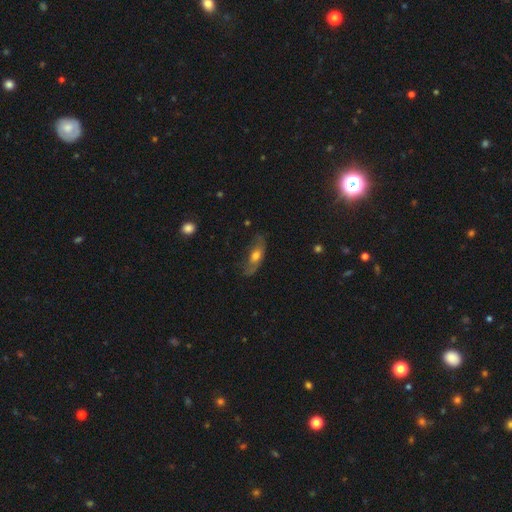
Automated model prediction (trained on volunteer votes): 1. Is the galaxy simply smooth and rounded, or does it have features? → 50% smooth, 42% featured or disk, 8% star or artifact.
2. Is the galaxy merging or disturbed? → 55% none, 28% minor disturbance, 15% major disturbance, 2% merger.